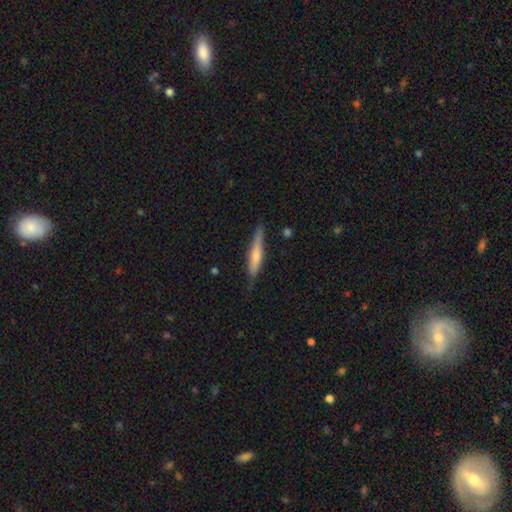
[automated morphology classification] This appears to be a smooth galaxy with no disk features (57%) that is cigar-shaped (88%). Merging: none (75%).